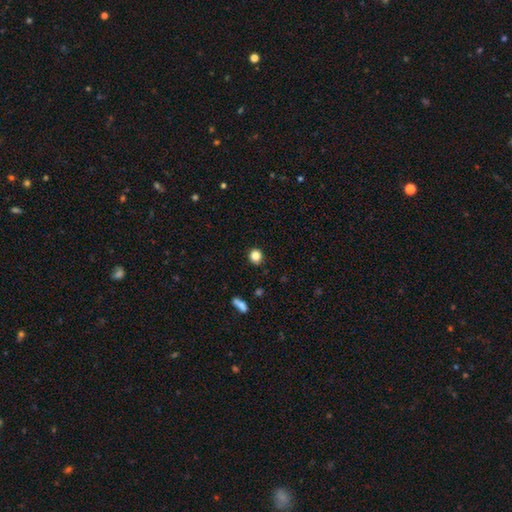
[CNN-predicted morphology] type=smooth (84%); roundness=round (88%); merging=none (90%).